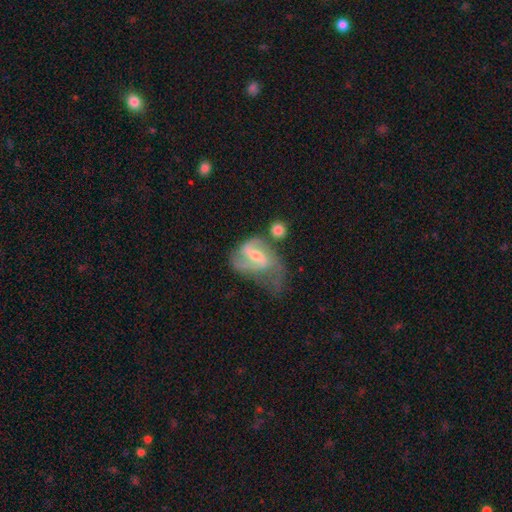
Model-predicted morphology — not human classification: Smooth or featured? Predicted: featured or disk (p=0.77). Edge-on disk? Predicted: no (p=0.97). Bar? Predicted: weak (p=0.48). Spiral arms? Predicted: yes (p=0.88). Spiral winding? Predicted: loose (p=0.42, tied with medium). Spiral arm count? Predicted: 2 (p=0.68). Bulge size? Predicted: small (p=0.51). Merging? Predicted: major disturbance (p=0.34).